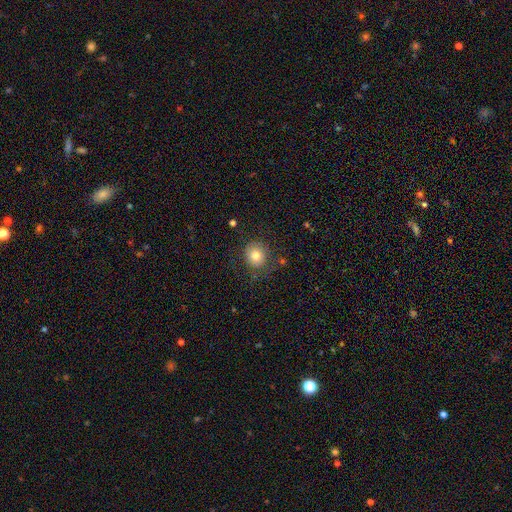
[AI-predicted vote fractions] smooth 79%, star or artifact 11%, featured or disk 10%. Down the decision tree: how rounded — round (86%); merging — none (79%).